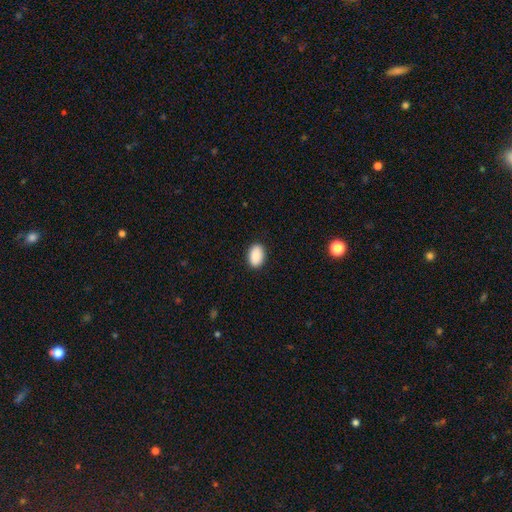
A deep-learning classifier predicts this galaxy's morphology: Smooth or featured? smooth (90%)
How rounded? in between (88%)
Merging? none (89%)